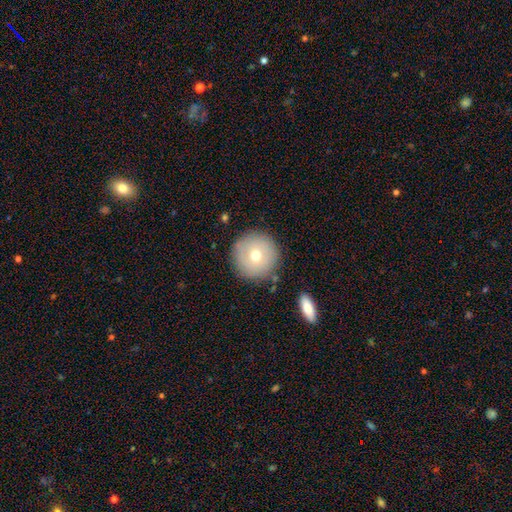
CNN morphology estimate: This appears to be a smooth galaxy with no disk features (68%) that is round (96%). Merging: none (87%).